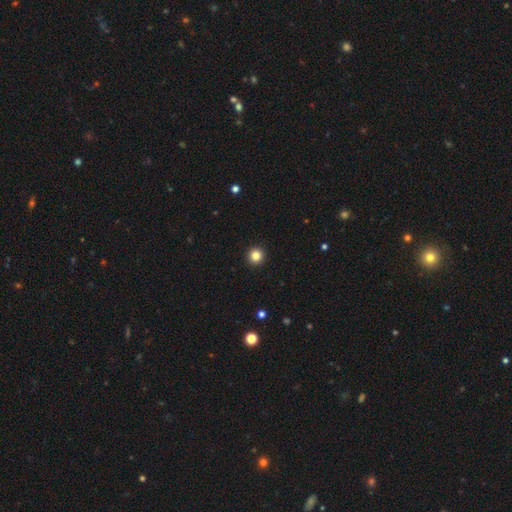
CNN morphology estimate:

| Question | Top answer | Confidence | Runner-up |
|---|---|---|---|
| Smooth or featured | smooth | 84% | star or artifact (11%) |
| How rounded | round | 96% | in between (3%) |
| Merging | none | 94% | minor disturbance (4%) |